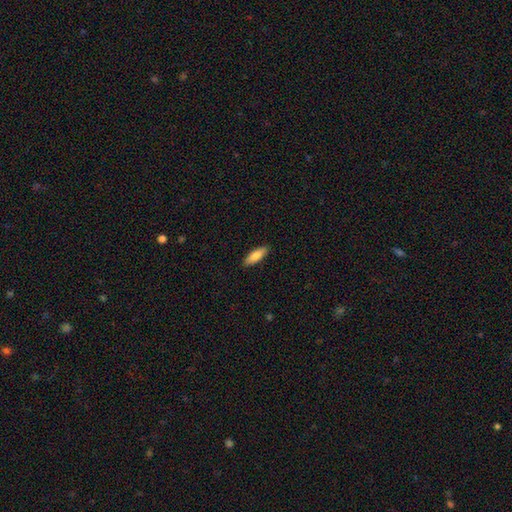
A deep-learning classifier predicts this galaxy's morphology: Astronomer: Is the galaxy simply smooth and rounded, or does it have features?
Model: smooth — 80%.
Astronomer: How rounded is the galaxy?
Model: in between — 52% (runner-up: cigar-shaped, 46%).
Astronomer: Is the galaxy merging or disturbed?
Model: none — 89%.